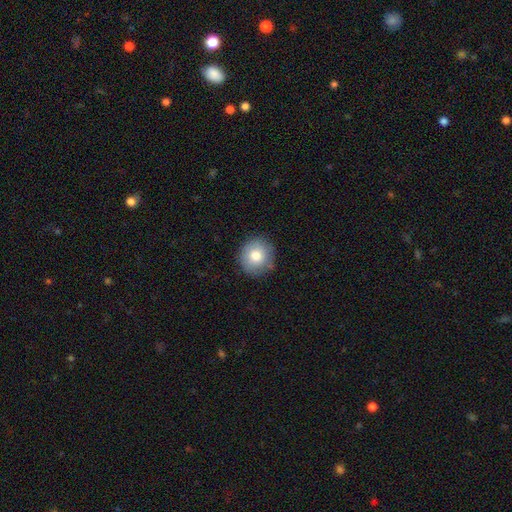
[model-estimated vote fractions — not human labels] Smooth or featured?
  - smooth: 80% *
  - featured or disk: 12%
  - star or artifact: 9%
How rounded?
  - round: 88% *
  - in between: 11%
  - cigar-shaped: 1%
Merging?
  - none: 85% *
  - minor disturbance: 11%
  - major disturbance: 3%
  - merger: 1%